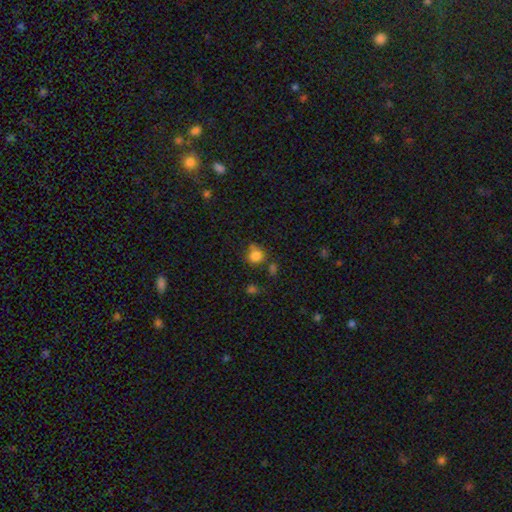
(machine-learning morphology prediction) A smooth galaxy with no disk features (82%) that is round (85%).

Vote fractions:
- Smooth or featured? smooth: 82% / star or artifact: 11% / featured or disk: 6%
- How rounded? round: 85% / in between: 14% / cigar-shaped: 1%
- Merging? none: 66% / minor disturbance: 16% / merger: 12% / major disturbance: 5%